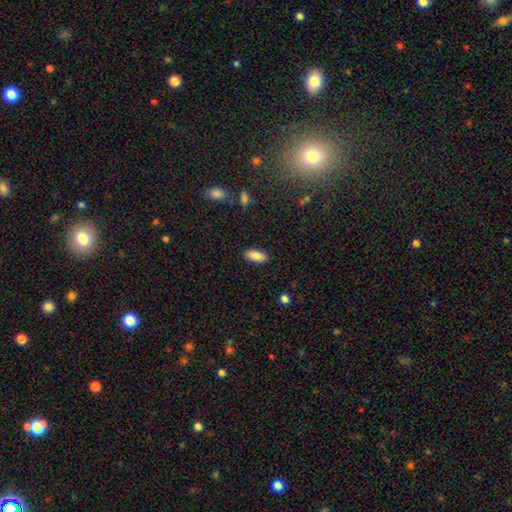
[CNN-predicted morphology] A smooth galaxy with no disk features (86%) that is in between round and cigar-shaped (88%). Merging: none (89%).